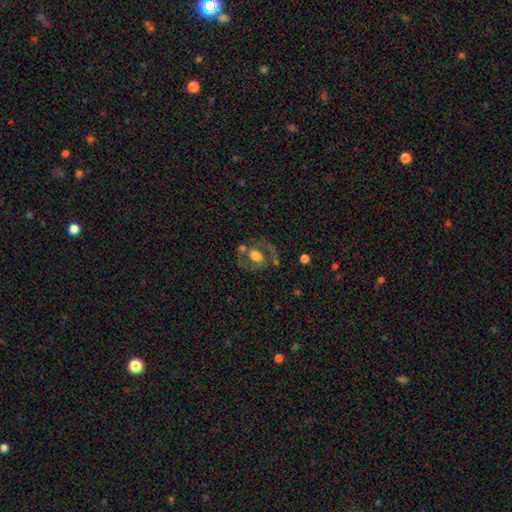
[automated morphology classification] Smooth or featured? Predicted: featured or disk (p=0.60). Edge-on disk? Predicted: no (p=0.96). Bar? Predicted: no (p=0.63). Spiral arms? Predicted: yes (p=0.55). Bulge size? Predicted: moderate (p=0.45). Merging? Predicted: none (p=0.58).